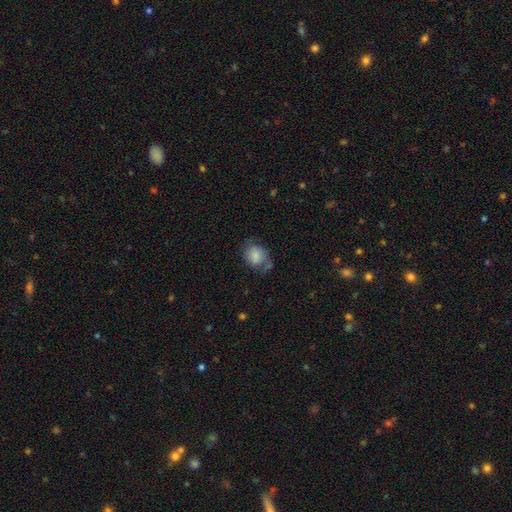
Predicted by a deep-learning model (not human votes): A smooth galaxy with no disk features (80%) that is round (61%). Merging: none (57%).